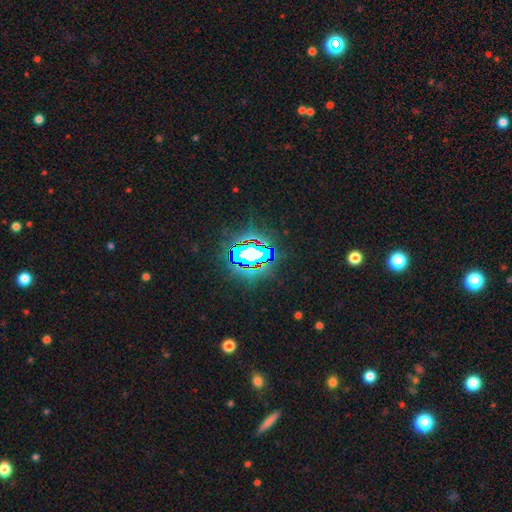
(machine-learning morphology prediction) A star or artifact, not a galaxy (71%).

Vote fractions:
- Smooth or featured? star or artifact: 71% / smooth: 16% / featured or disk: 13%